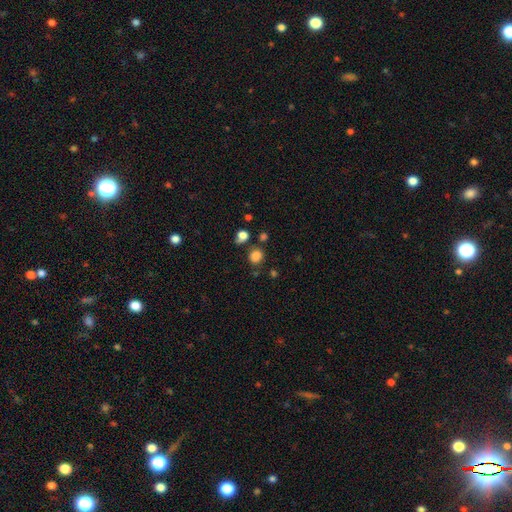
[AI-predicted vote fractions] A smooth galaxy with no disk features (82%) that is round (81%). Merging: none (76%).